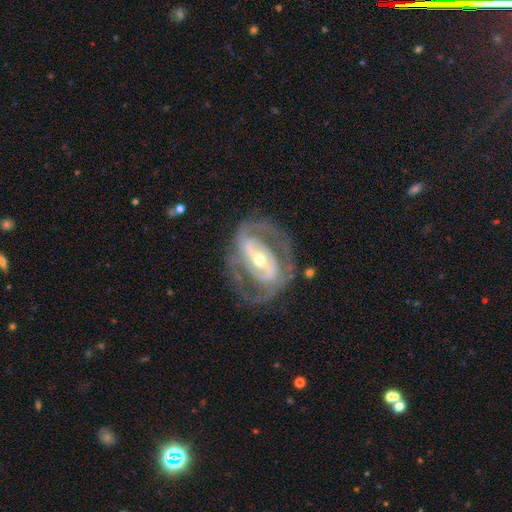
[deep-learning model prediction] Smooth or featured? featured or disk (86%)
Edge-on disk? no (95%)
Bar? strong (56%)
Spiral arms? yes (85%)
Spiral winding? medium (44%)
Spiral arm count? 2 (79%)
Bulge size? moderate (50%)
Merging? none (71%)